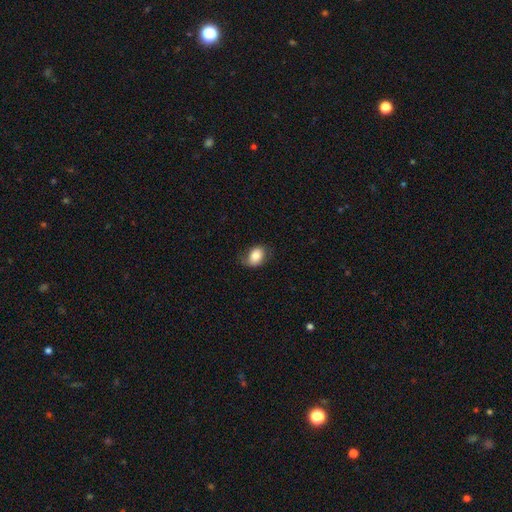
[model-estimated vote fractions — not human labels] smooth 79%, featured or disk 13%, star or artifact 8%. Down the decision tree: how rounded — in between (74%); merging — none (67%).